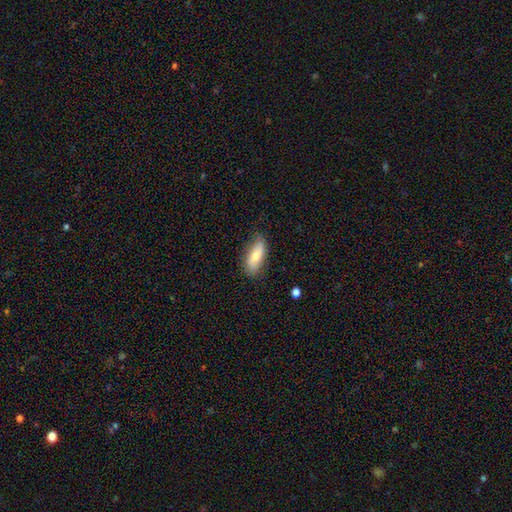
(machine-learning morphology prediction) Q: Smooth or featured?
A: smooth (73%); runner-up: featured or disk (21%)
Q: How rounded?
A: in between (72%); runner-up: cigar-shaped (26%)
Q: Merging?
A: none (76%); runner-up: minor disturbance (19%)